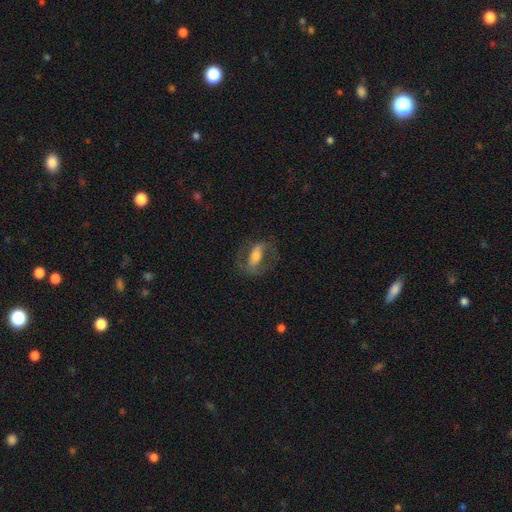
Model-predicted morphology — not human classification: Overall: featured or disk (64%; smooth 28%). Edge-on disk: no (87%). Bar: strong (53%; weak 26%). Spiral arms: yes (67%; no 33%). Bulge size: moderate (53%; small 28%). Merging: none (68%).